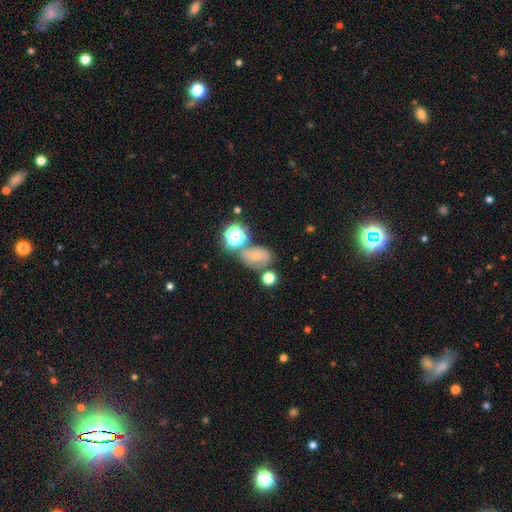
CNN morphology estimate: Smooth or featured? smooth (47%)
Merging? none (49%)